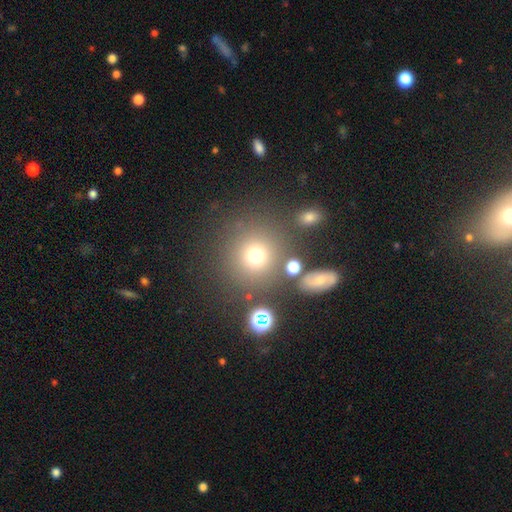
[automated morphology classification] Q: Smooth or featured?
A: smooth (71%); runner-up: star or artifact (18%)
Q: How rounded?
A: round (91%); runner-up: in between (8%)
Q: Merging?
A: none (78%); runner-up: minor disturbance (10%)